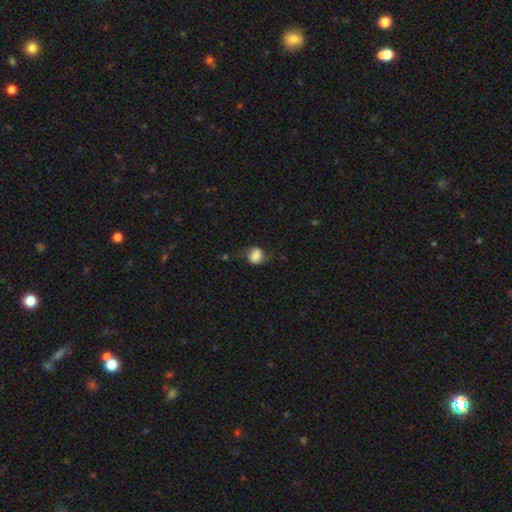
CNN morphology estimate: Overall: smooth (69%). How rounded: round (63%; in between 36%). Merging: none (57%; minor disturbance 27%).